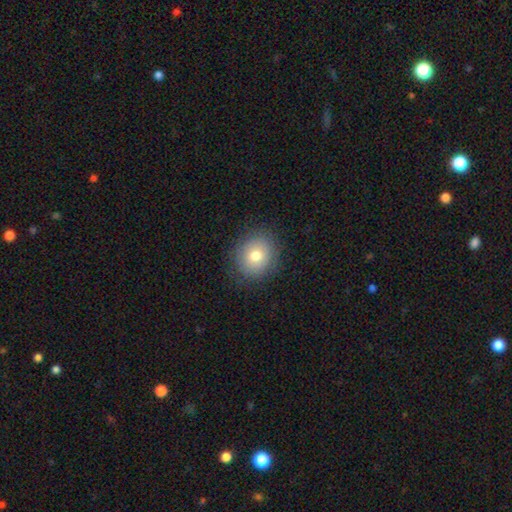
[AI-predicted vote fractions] A smooth galaxy with no disk features (75%) that is round (74%).

Vote fractions:
- Smooth or featured? smooth: 75% / featured or disk: 14% / star or artifact: 10%
- How rounded? round: 74% / in between: 25% / cigar-shaped: 1%
- Merging? none: 84% / minor disturbance: 11% / major disturbance: 4% / merger: 1%